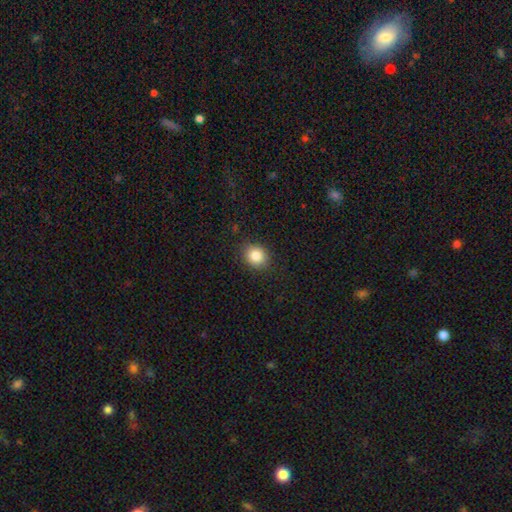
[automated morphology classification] Overall: smooth (85%). How rounded: round (71%). Merging: none (87%).